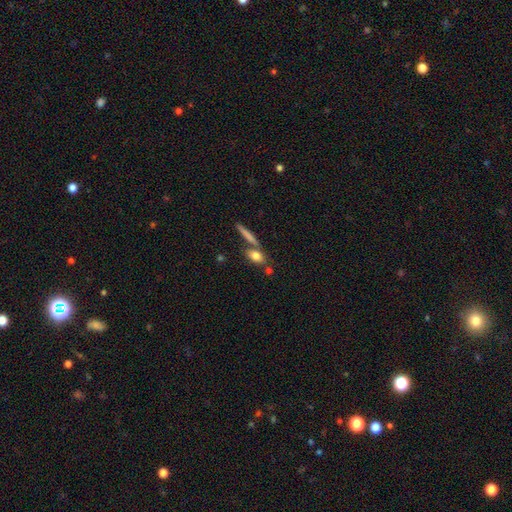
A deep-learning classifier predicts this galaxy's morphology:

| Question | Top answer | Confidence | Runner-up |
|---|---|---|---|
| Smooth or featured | smooth | 77% | featured or disk (15%) |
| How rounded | in between | 64% | cigar-shaped (22%) |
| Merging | none | 60% | merger (23%) |